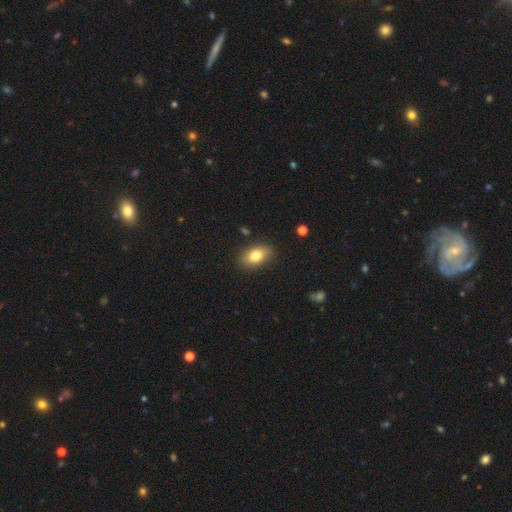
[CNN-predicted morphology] A smooth galaxy with no disk features (80%) that is in between round and cigar-shaped (88%).

Vote fractions:
- Smooth or featured? smooth: 80% / featured or disk: 12% / star or artifact: 8%
- How rounded? in between: 88% / round: 9% / cigar-shaped: 3%
- Merging? none: 86% / minor disturbance: 10% / major disturbance: 2% / merger: 1%